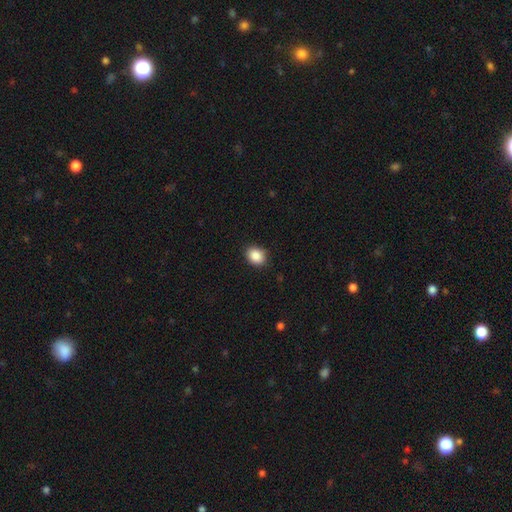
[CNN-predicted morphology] smooth_or_featured: smooth (p=0.88) [alt: star or artifact p=0.08]
how_rounded: in between (p=0.56) [alt: round p=0.43]
merging: none (p=0.89) [alt: minor disturbance p=0.08]